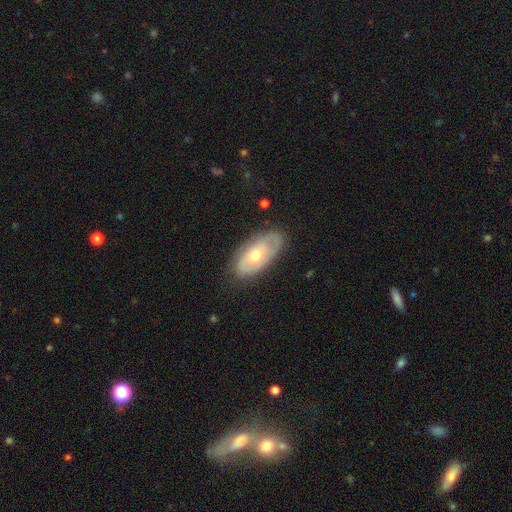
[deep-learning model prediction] Smooth or featured? Predicted: featured or disk (p=0.59). Edge-on disk? Predicted: no (p=0.89). Bar? Predicted: no (p=0.82). Spiral arms? Predicted: yes (p=0.51). Bulge size? Predicted: moderate (p=0.70). Merging? Predicted: none (p=0.76).